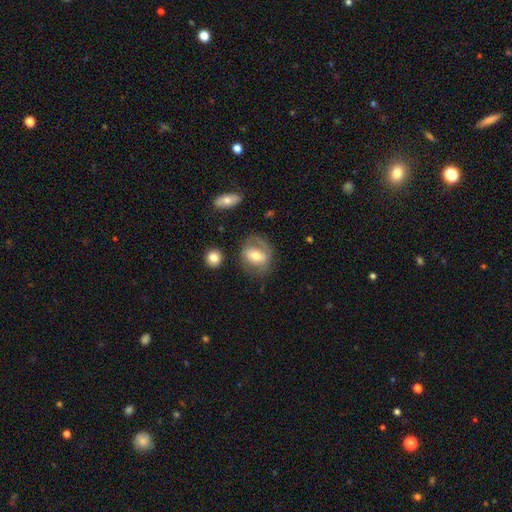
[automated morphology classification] Smooth or featured?
  - smooth: 48% *
  - featured or disk: 45%
  - star or artifact: 7%
Merging?
  - none: 58% *
  - minor disturbance: 21%
  - major disturbance: 17%
  - merger: 3%